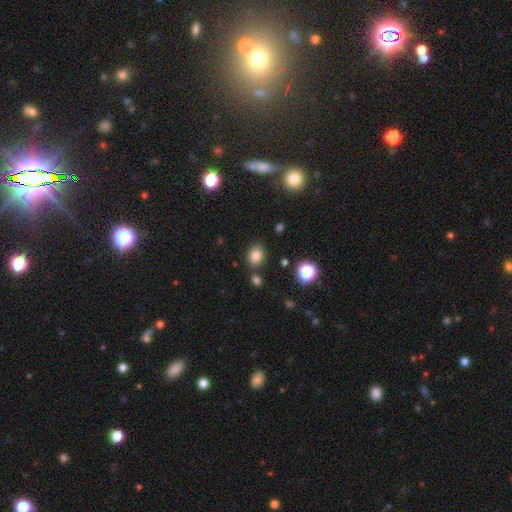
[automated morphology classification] A smooth galaxy with no disk features (81%) that is in between round and cigar-shaped (53%).

Vote fractions:
- Smooth or featured? smooth: 81% / star or artifact: 13% / featured or disk: 6%
- How rounded? in between: 53% / round: 46% / cigar-shaped: 1%
- Merging? none: 79% / minor disturbance: 11% / merger: 7% / major disturbance: 3%